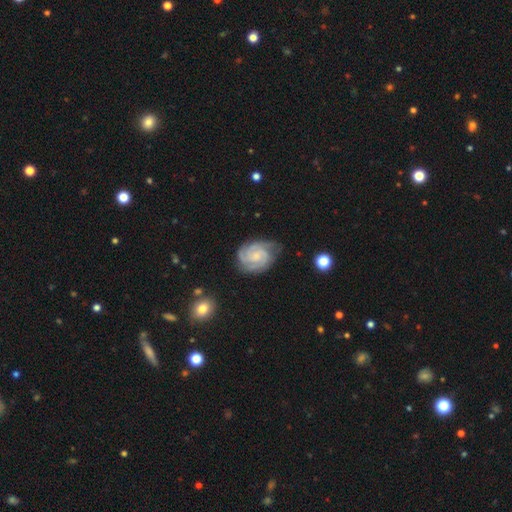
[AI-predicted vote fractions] This is clearly a featured or disk galaxy (86%). It is clearly not viewed edge-on (98%). Bar: likely no (65%). Spiral arm pattern: clearly yes (98%). Spiral arm count: possibly 3 (48%). Spiral winding: likely tight (67%). Central bulge: likely small (64%). Merging: likely none (73%).